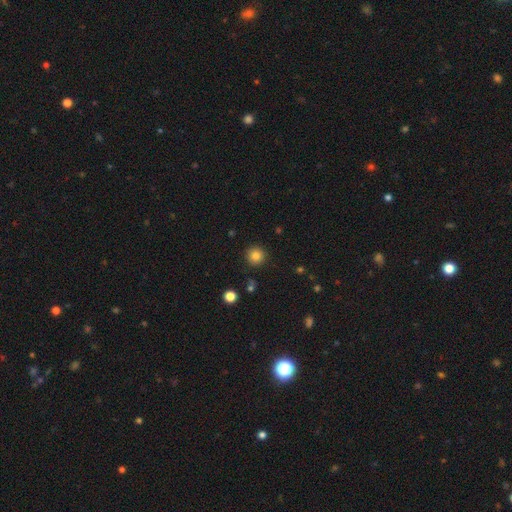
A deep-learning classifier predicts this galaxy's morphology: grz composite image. It shows a smooth galaxy with no disk features (83%) that is round (95%). Merging: none (91%).